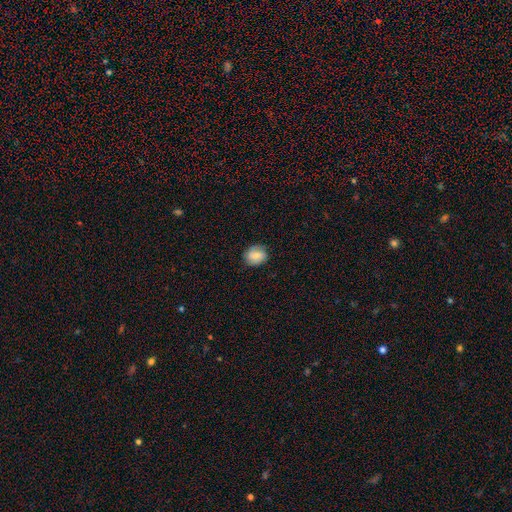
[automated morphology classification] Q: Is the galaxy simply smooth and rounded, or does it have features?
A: smooth — 70%.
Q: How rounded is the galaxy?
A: round — 61%.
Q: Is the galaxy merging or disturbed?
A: none — 79%.